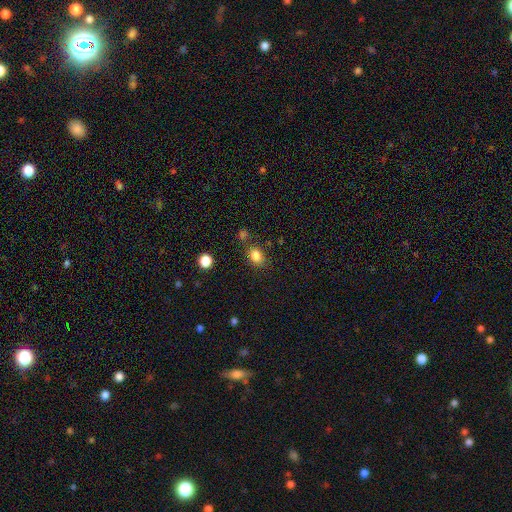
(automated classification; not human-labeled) smooth 83%, star or artifact 12%, featured or disk 5%. Down the decision tree: how rounded — in between (59%); merging — none (74%).